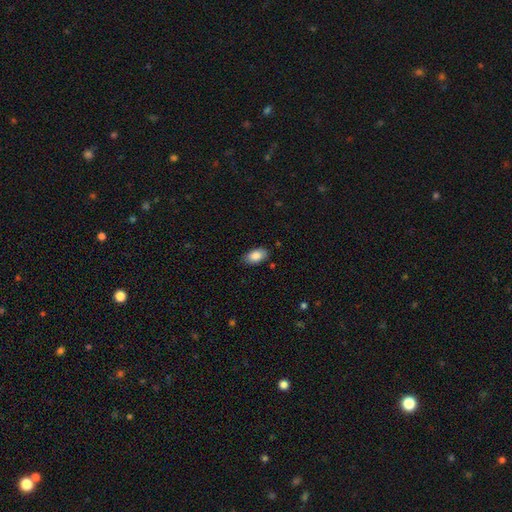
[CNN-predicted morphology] Smooth or featured?
  - smooth: 86% *
  - featured or disk: 7%
  - star or artifact: 7%
How rounded?
  - in between: 93% *
  - round: 5%
  - cigar-shaped: 2%
Merging?
  - none: 83% *
  - minor disturbance: 14%
  - major disturbance: 3%
  - merger: 1%